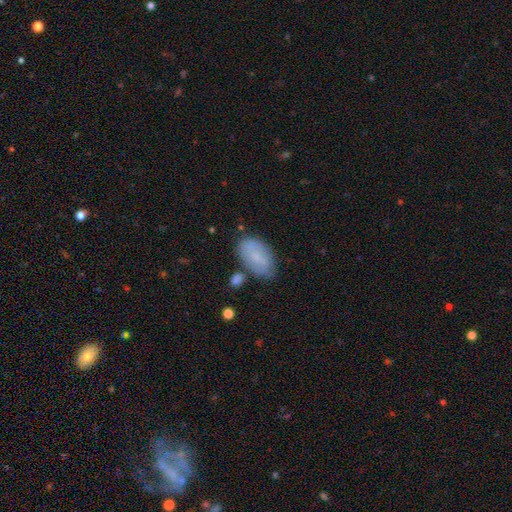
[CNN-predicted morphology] type=smooth (71%); roundness=in between (93%); merging=none (63%).